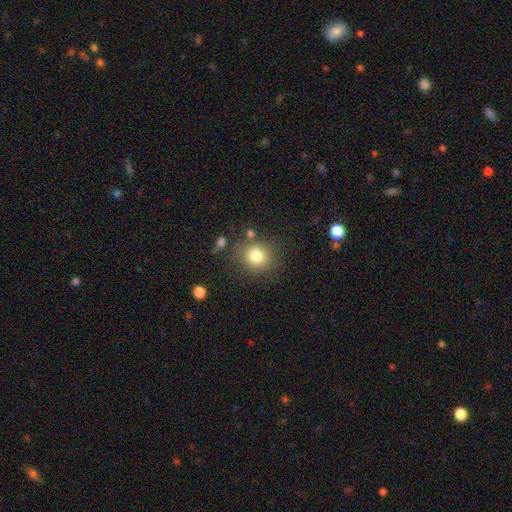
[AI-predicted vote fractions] The model was most divided on "merging": none: 79%, minor disturbance: 12%, merger: 6%, major disturbance: 4%. More confident: how rounded — round (84%); smooth or featured — smooth (81%).